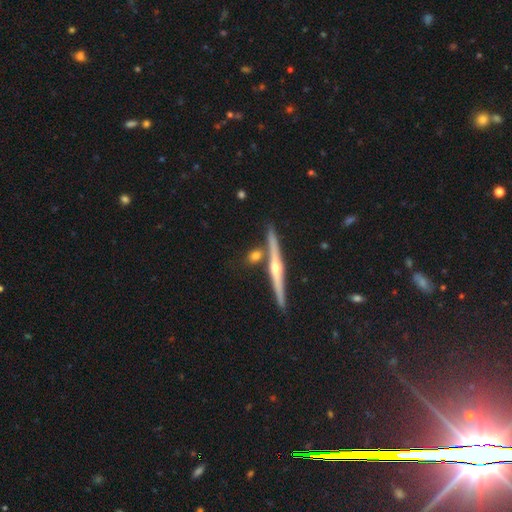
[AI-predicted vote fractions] smooth-or-featured: featured or disk: 47% | smooth: 46% | star or artifact: 8%
  merging: none: 73% | merger: 15% | minor disturbance: 10% | major disturbance: 3%